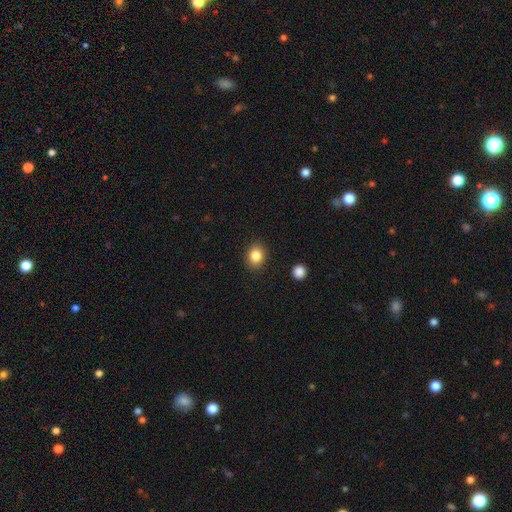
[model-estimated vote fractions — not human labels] Q: Smooth or featured?
A: smooth (85%); runner-up: star or artifact (10%)
Q: How rounded?
A: round (59%); runner-up: in between (40%)
Q: Merging?
A: none (89%); runner-up: minor disturbance (7%)